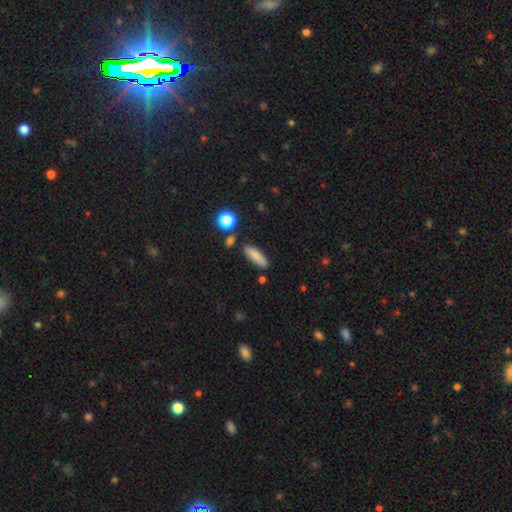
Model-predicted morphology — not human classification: This appears to be a smooth galaxy with no disk features (84%) that is cigar-shaped (55%). Merging: none (81%).